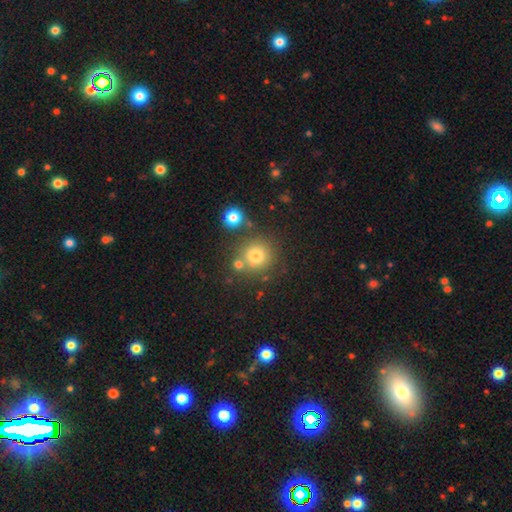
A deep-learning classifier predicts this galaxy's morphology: Smooth or featured? smooth (75%)
How rounded? round (92%)
Merging? none (73%)